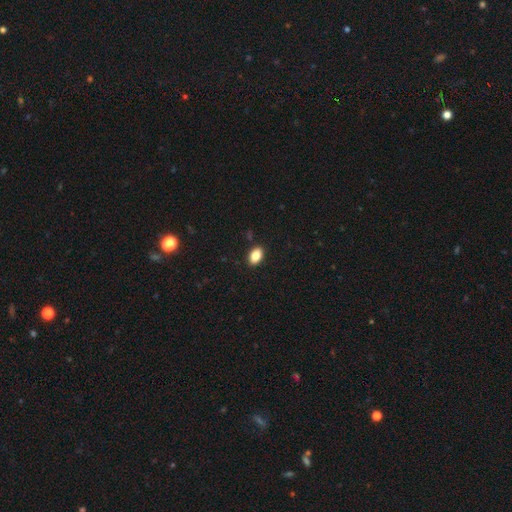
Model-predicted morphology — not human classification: This appears to be a smooth galaxy with no disk features (85%) that is in between round and cigar-shaped (87%). Merging: none (90%).